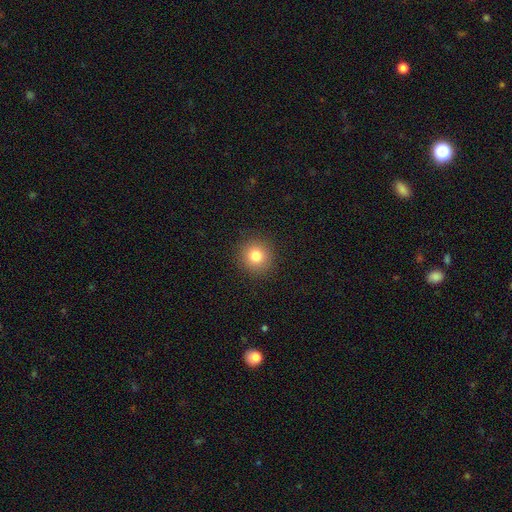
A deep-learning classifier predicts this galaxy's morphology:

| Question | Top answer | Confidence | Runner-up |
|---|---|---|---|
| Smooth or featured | smooth | 81% | star or artifact (11%) |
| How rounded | round | 93% | in between (6%) |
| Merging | none | 91% | minor disturbance (6%) |